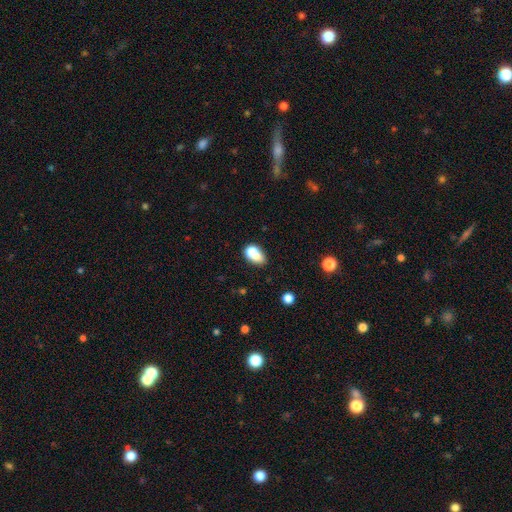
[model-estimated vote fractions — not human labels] A smooth galaxy with no disk features (71%) that is in between round and cigar-shaped (72%). Merging: merger (44%).